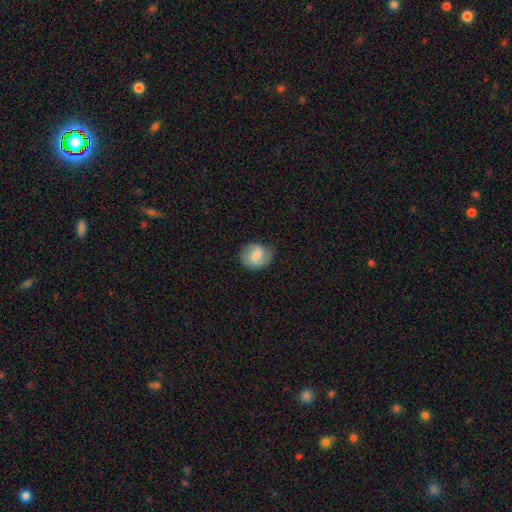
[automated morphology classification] smooth 53%, featured or disk 40%, star or artifact 7%. Down the decision tree: how rounded — round (69%); merging — none (69%).